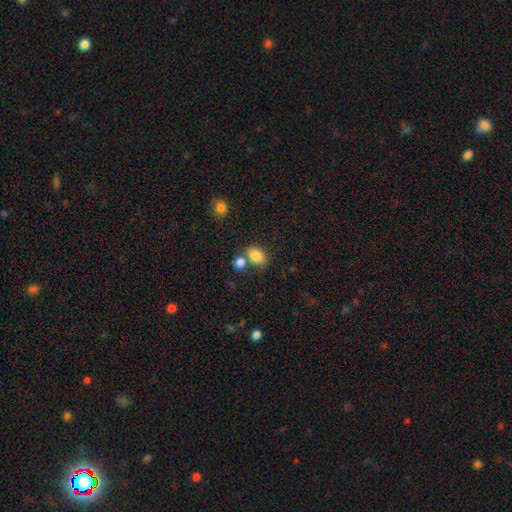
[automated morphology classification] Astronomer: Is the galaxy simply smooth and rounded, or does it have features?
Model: smooth — 84%.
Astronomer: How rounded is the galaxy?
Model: in between — 76%.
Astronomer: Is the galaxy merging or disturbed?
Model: none — 55%.